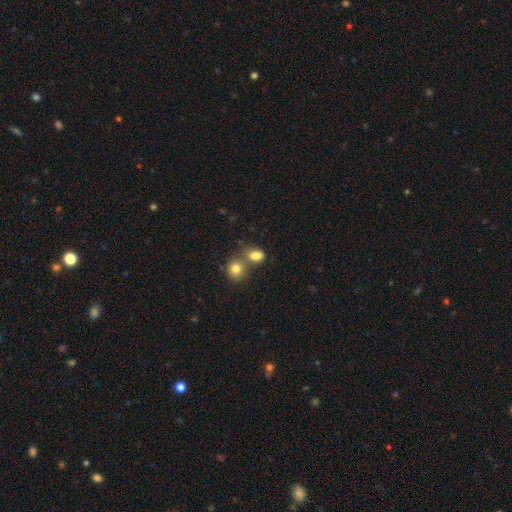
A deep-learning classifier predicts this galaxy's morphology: Smooth or featured: smooth — 82% (star or artifact — 10%)
How rounded: in between — 75% (round — 23%)
Merging: none — 44% (merger — 39%)